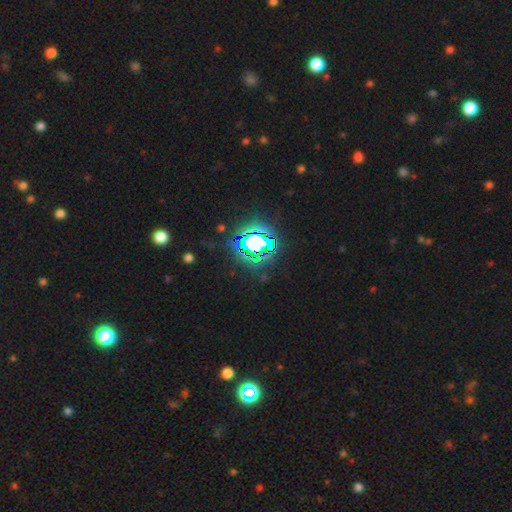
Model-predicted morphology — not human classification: Smooth or featured: star or artifact — 73% (smooth — 15%)